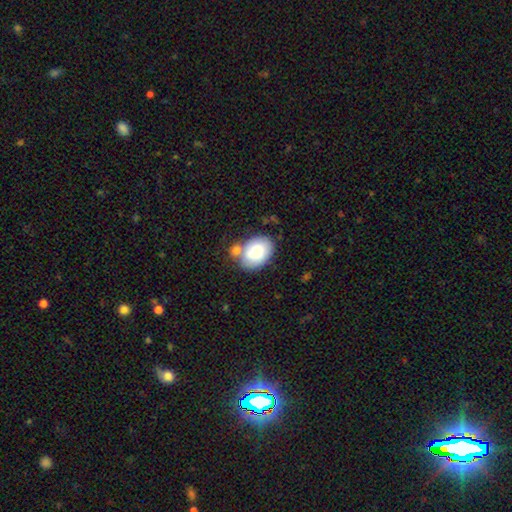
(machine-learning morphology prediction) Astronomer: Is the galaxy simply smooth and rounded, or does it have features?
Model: smooth — 78%.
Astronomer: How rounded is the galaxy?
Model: in between — 80%.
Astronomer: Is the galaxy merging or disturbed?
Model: none — 55%.